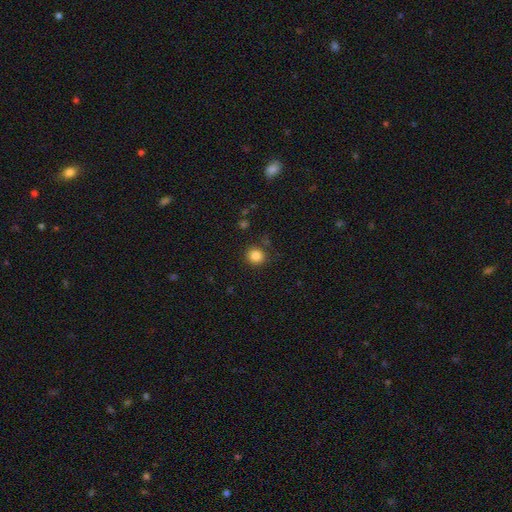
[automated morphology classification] Smooth or featured?
  - smooth: 85% *
  - star or artifact: 11%
  - featured or disk: 4%
How rounded?
  - round: 89% *
  - in between: 10%
  - cigar-shaped: 1%
Merging?
  - none: 86% *
  - minor disturbance: 9%
  - major disturbance: 3%
  - merger: 2%